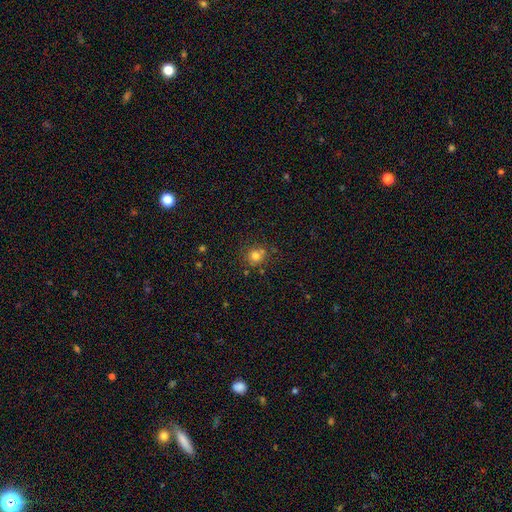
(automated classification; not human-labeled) Smooth or featured?
  - smooth: 76% *
  - star or artifact: 15%
  - featured or disk: 9%
How rounded?
  - round: 86% *
  - in between: 13%
  - cigar-shaped: 1%
Merging?
  - none: 71% *
  - minor disturbance: 13%
  - merger: 12%
  - major disturbance: 4%